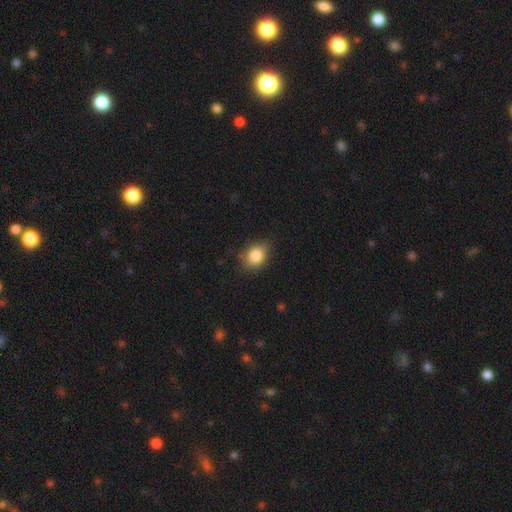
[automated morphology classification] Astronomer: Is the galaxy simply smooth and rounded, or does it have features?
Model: smooth — 83%.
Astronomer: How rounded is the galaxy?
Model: in between — 57% (runner-up: round, 42%).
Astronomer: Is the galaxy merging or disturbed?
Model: none — 74%.